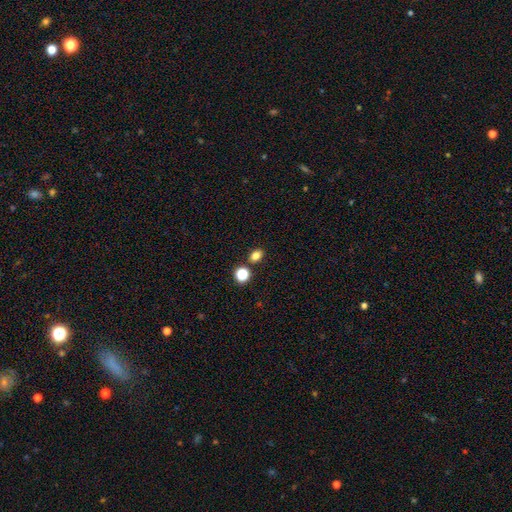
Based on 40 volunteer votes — Smooth or featured? 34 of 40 (85%) said smooth. How rounded? 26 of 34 (76%) said in between. Merging? 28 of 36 (78%) said none.